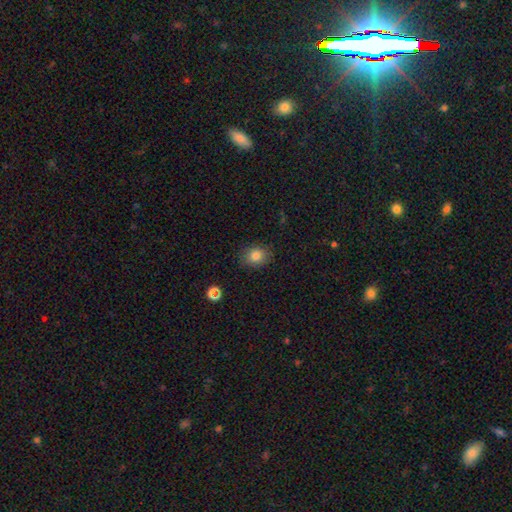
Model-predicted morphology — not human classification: Overall: smooth (82%). How rounded: round (58%; in between 41%). Merging: none (86%).